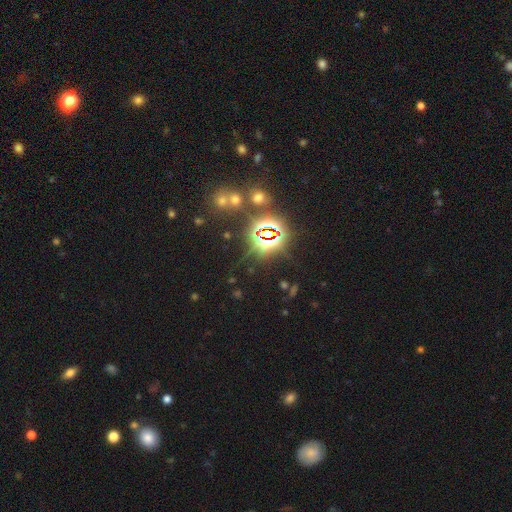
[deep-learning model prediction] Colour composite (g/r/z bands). It shows a star or artifact, not a galaxy (75%).